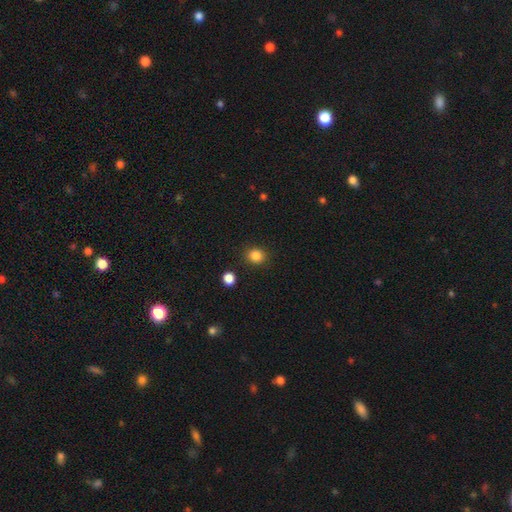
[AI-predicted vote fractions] Morphology: type=smooth (85%); roundness=round (82%); merging=none (89%).